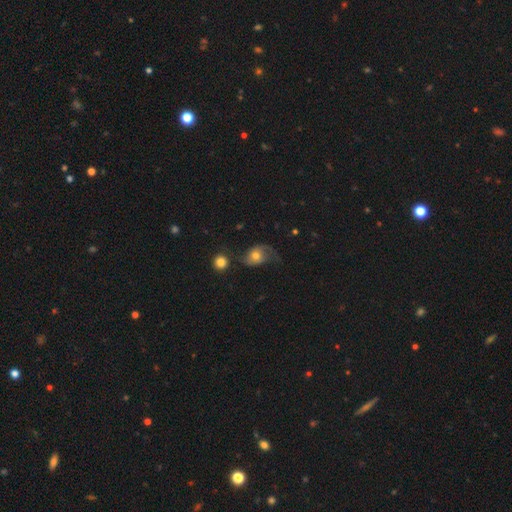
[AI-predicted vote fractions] This appears to be a featured or disk galaxy (45%, tied with smooth). Merging: none (36%).